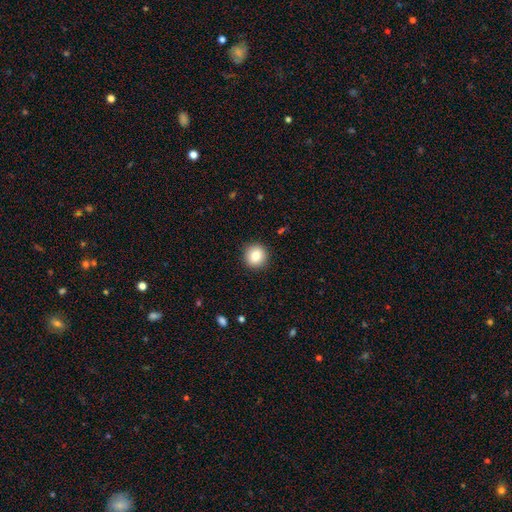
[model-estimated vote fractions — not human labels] This is clearly a smooth galaxy (83%). How rounded: clearly round (94%). Merging: clearly none (92%).